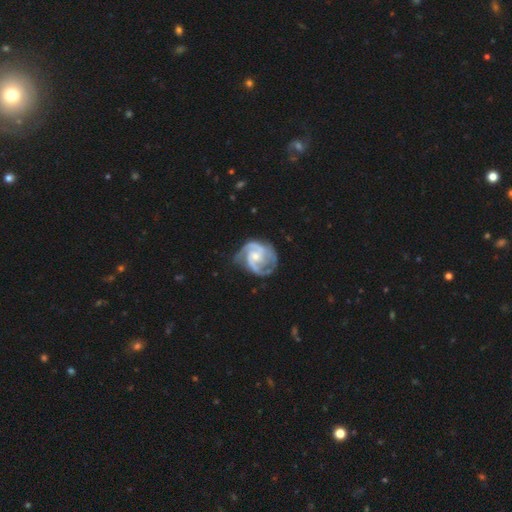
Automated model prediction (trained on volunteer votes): This is clearly a featured or disk galaxy (89%). It is clearly not viewed edge-on (98%). Bar: likely no (61%). Spiral arm pattern: clearly yes (97%). Spiral arm count: possibly 2 (47%). Spiral winding: possibly medium (47%). Central bulge: possibly small (54%). Merging: likely none (60%).